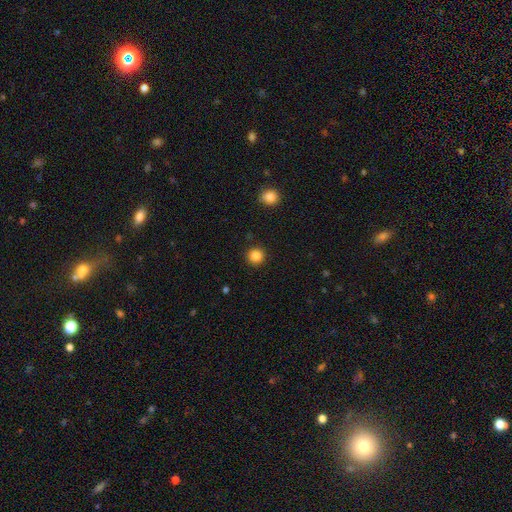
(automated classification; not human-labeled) Morphology: type=smooth (85%); roundness=round (95%); merging=none (92%).